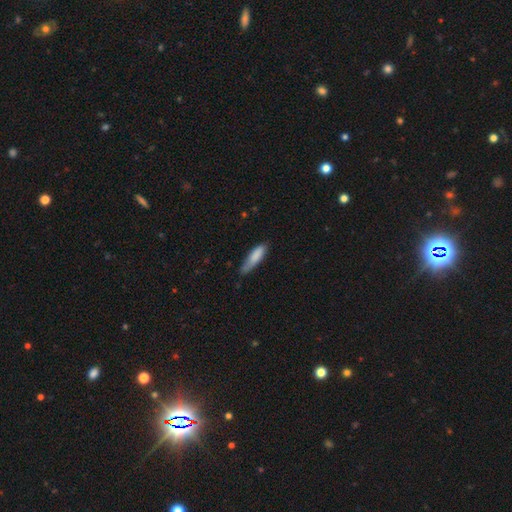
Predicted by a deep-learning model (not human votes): This appears to be a smooth galaxy with no disk features (83%) that is cigar-shaped (64%). Merging: none (56%).